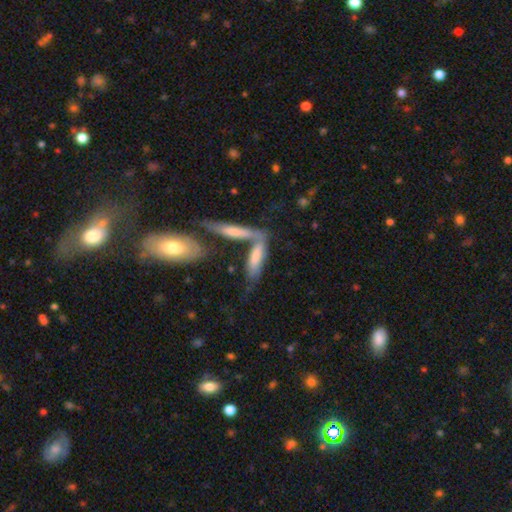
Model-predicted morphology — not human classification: A smooth galaxy with no disk features (59%) that is cigar-shaped (61%).

Vote fractions:
- Smooth or featured? smooth: 59% / featured or disk: 33% / star or artifact: 8%
- How rounded? cigar-shaped: 61% / in between: 37% / round: 2%
- Merging? merger: 42% / none: 38% / minor disturbance: 13% / major disturbance: 6%